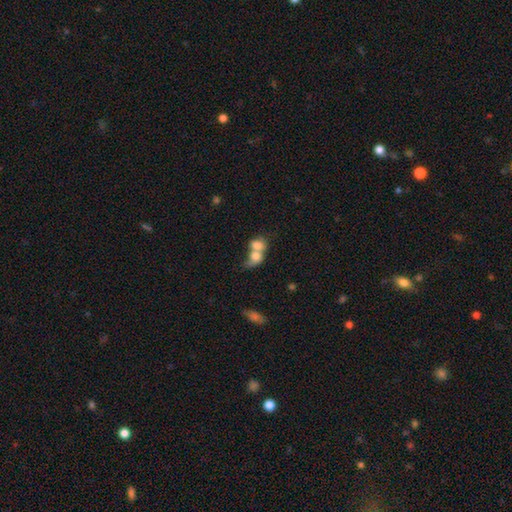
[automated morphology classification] smooth-or-featured: smooth: 72% | featured or disk: 20% | star or artifact: 8%
  how-rounded: in between: 57% | round: 41% | cigar-shaped: 2%
  merging: merger: 79% | none: 11% | major disturbance: 5% | minor disturbance: 5%